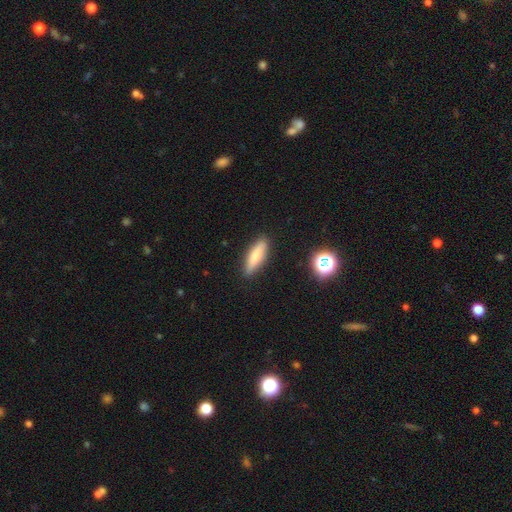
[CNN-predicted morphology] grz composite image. It shows a smooth galaxy with no disk features (69%) that is cigar-shaped (60%). Merging: none (87%).